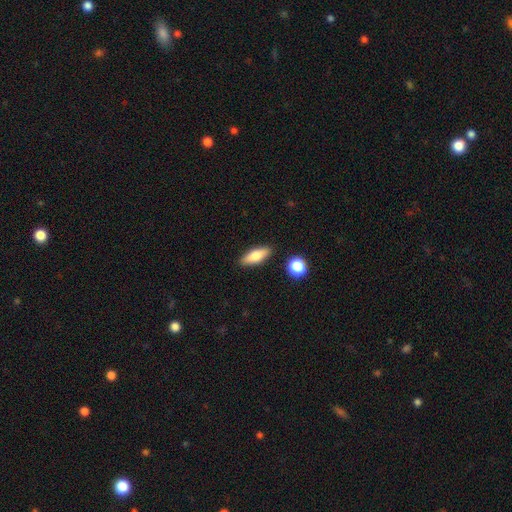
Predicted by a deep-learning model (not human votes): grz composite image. It shows a smooth galaxy with no disk features (69%) that is in between round and cigar-shaped (64%). Merging: none (87%).